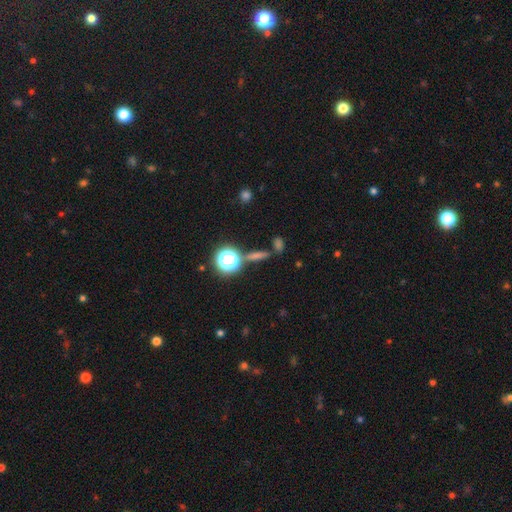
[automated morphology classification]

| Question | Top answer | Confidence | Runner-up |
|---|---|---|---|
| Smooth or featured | star or artifact | 51% | smooth (34%) |